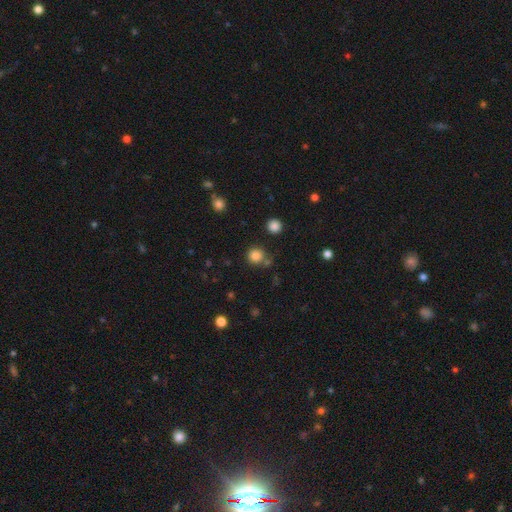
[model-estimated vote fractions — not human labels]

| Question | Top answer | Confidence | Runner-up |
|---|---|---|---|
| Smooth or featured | smooth | 83% | star or artifact (13%) |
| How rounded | round | 92% | in between (7%) |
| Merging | none | 78% | merger (10%) |